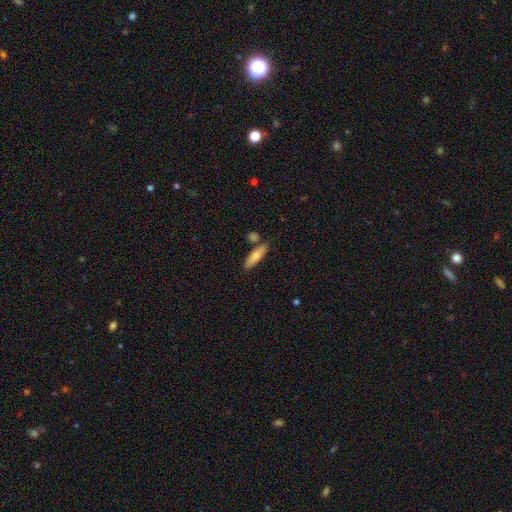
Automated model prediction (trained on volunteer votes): Overall: smooth (76%). How rounded: cigar-shaped (65%; in between 33%). Merging: none (76%).